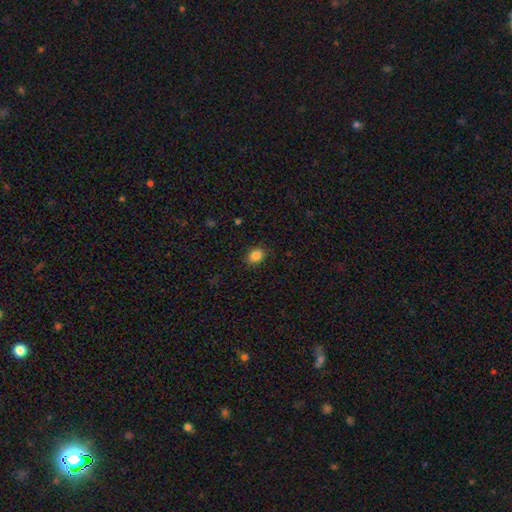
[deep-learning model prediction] This is clearly a smooth galaxy (86%). How rounded: possibly round (51%). Merging: clearly none (86%).